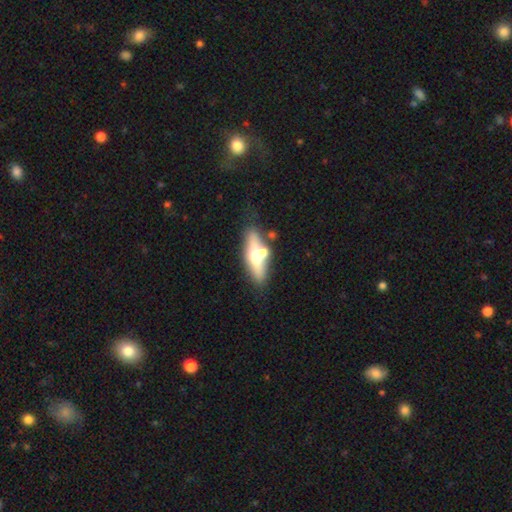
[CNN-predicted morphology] smooth-or-featured: featured or disk: 49% | smooth: 43% | star or artifact: 8%
  merging: none: 61% | merger: 21% | minor disturbance: 13% | major disturbance: 5%